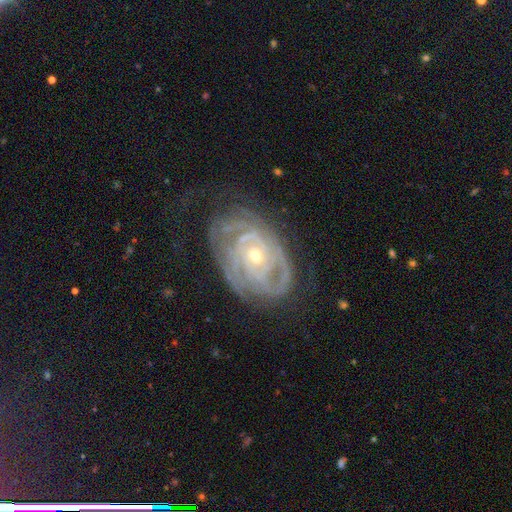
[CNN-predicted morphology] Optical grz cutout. It shows a featured or disk galaxy (86%) with no bar (77%), tight (75%) spiral arms (91%) and a small central bulge (61%). Merging: none (60%).